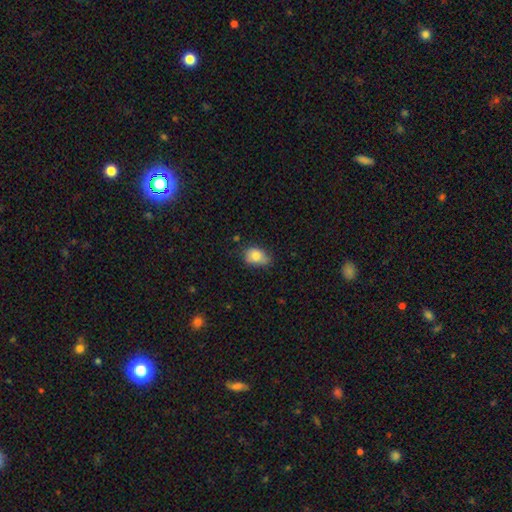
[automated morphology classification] smooth_or_featured: smooth (p=0.81) [alt: featured or disk p=0.11]
how_rounded: in between (p=0.73) [alt: round p=0.25]
merging: none (p=0.52) [alt: minor disturbance p=0.37]